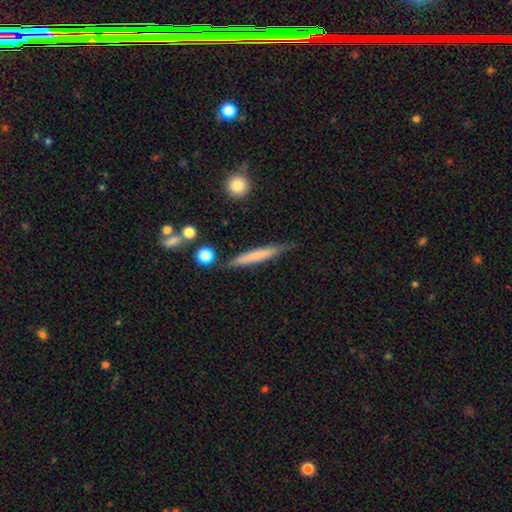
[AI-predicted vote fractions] Smooth or featured? Predicted: smooth (p=0.63). How rounded? Predicted: cigar-shaped (p=0.94). Merging? Predicted: none (p=0.79).